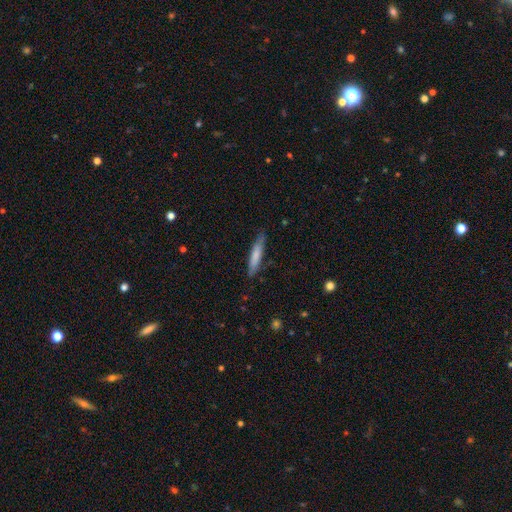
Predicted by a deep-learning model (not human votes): A smooth galaxy with no disk features (74%) that is cigar-shaped (89%).

Vote fractions:
- Smooth or featured? smooth: 74% / featured or disk: 20% / star or artifact: 5%
- How rounded? cigar-shaped: 89% / in between: 10% / round: 1%
- Merging? none: 84% / minor disturbance: 13% / major disturbance: 2% / merger: 1%